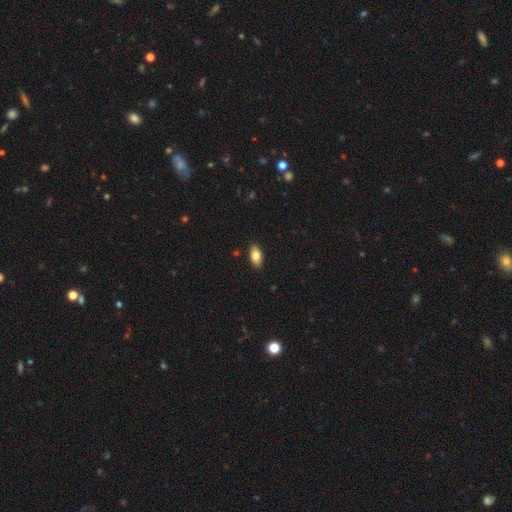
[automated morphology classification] Overall: smooth (81%). How rounded: in between (91%). Merging: none (89%).